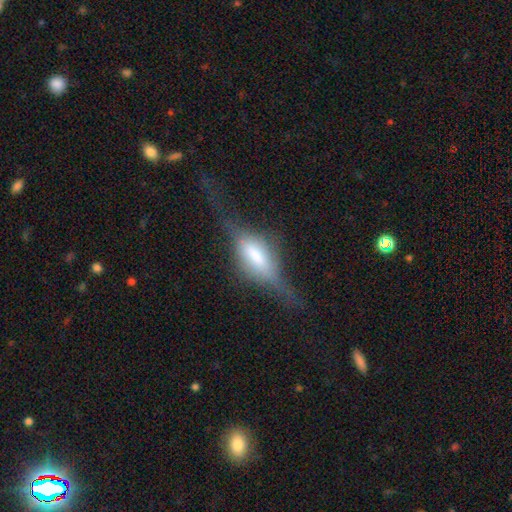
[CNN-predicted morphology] smooth-or-featured: featured or disk: 59% | smooth: 32% | star or artifact: 8%
  disk-edge-on: yes: 86% | no: 14%
    edge-on-bulge: rounded: 53% | boxy: 41% | none: 6%
  merging: none: 47% | major disturbance: 25% | minor disturbance: 25% | merger: 2%